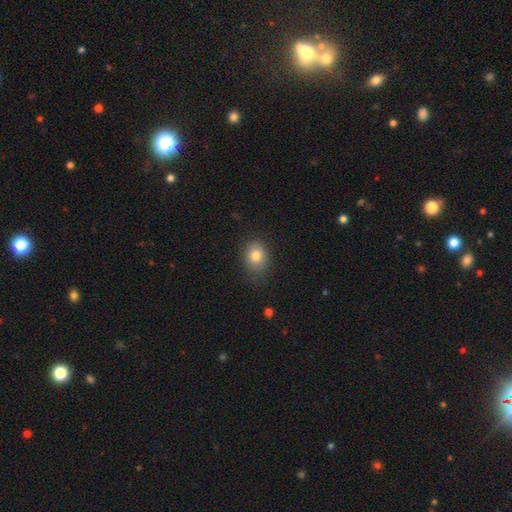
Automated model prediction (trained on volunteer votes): Morphology: type=smooth (80%); roundness=in between (50%); merging=none (80%).